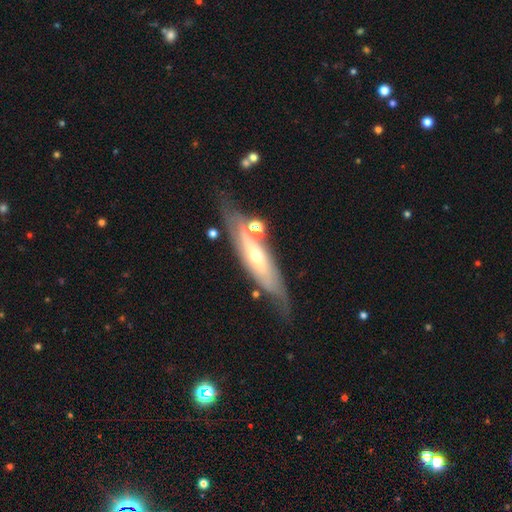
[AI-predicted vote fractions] featured or disk 70%, smooth 23%, star or artifact 7%. Down the decision tree: edge-on disk — no (54%); merging — none (60%).